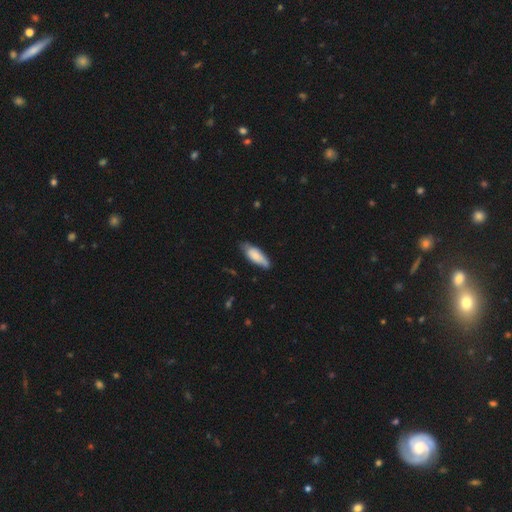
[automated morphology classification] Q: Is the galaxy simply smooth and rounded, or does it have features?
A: smooth — 72%.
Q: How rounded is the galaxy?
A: in between — 67%.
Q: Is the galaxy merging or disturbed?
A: none — 61%.